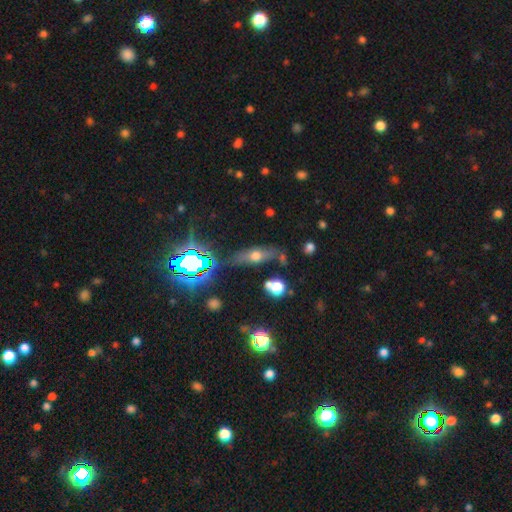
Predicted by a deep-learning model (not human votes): This is marginally a smooth galaxy (41%, tied with featured or disk). Merging: likely none (69%).